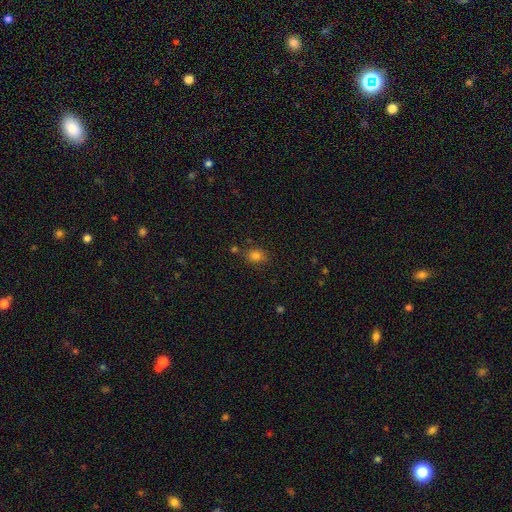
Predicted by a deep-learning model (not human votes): Smooth or featured: smooth — 79% (star or artifact — 15%)
How rounded: round — 53% (in between — 45%)
Merging: none — 76% (minor disturbance — 13%)